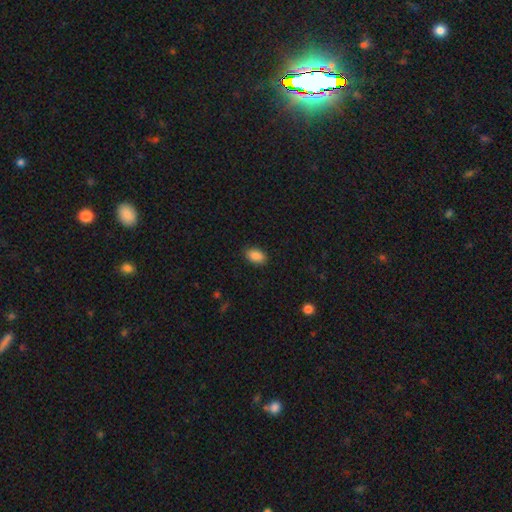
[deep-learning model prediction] Smooth or featured? Predicted: smooth (p=0.88). How rounded? Predicted: in between (p=0.92). Merging? Predicted: none (p=0.89).